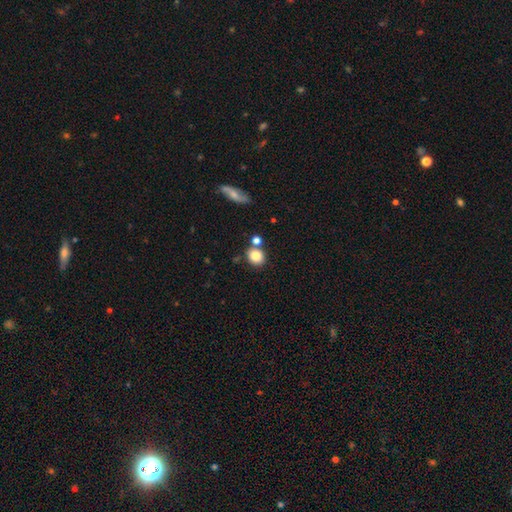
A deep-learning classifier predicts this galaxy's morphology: smooth 83%, star or artifact 10%, featured or disk 7%. Down the decision tree: how rounded — round (75%); merging — none (67%).